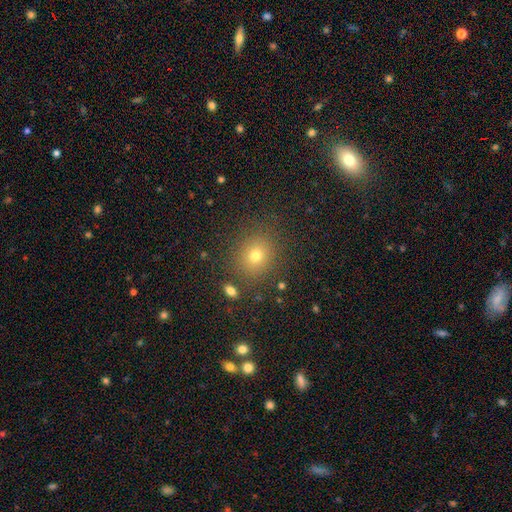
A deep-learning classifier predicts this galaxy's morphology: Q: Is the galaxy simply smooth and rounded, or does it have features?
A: smooth — 72%.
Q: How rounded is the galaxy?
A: round — 77%.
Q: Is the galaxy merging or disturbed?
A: none — 85%.